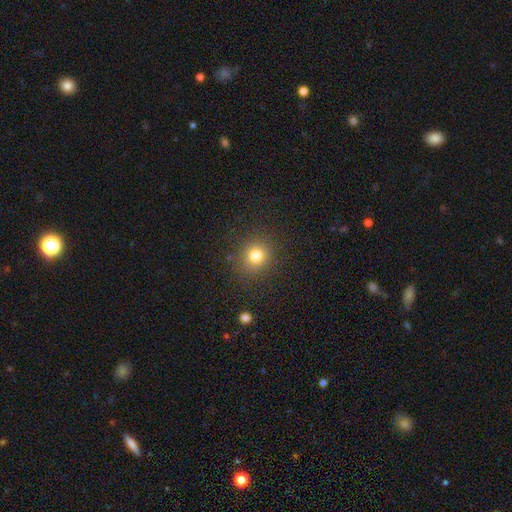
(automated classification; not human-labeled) A smooth galaxy with no disk features (79%) that is round (84%).

Vote fractions:
- Smooth or featured? smooth: 79% / star or artifact: 14% / featured or disk: 7%
- How rounded? round: 84% / in between: 15% / cigar-shaped: 1%
- Merging? none: 86% / minor disturbance: 9% / major disturbance: 3% / merger: 2%